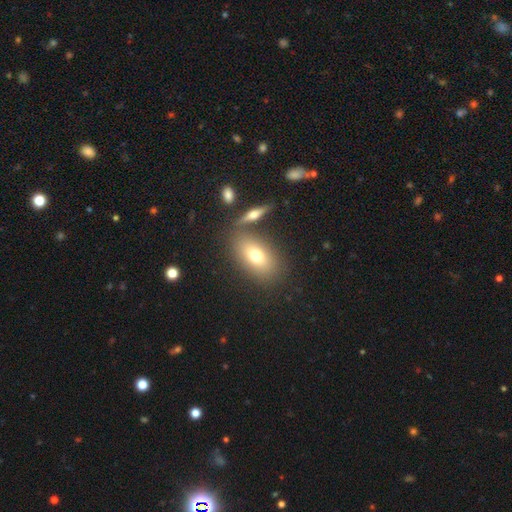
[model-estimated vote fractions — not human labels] A smooth galaxy with no disk features (71%) that is in between round and cigar-shaped (85%). Merging: none (73%).